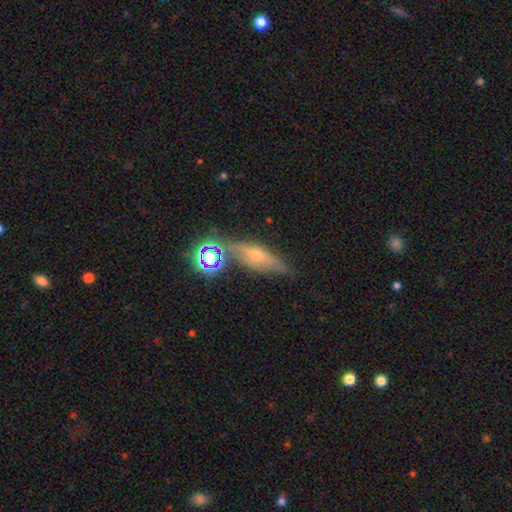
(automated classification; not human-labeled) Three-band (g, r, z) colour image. It shows a featured or disk galaxy (51%) viewed edge-on (74%). Merging: none (71%).